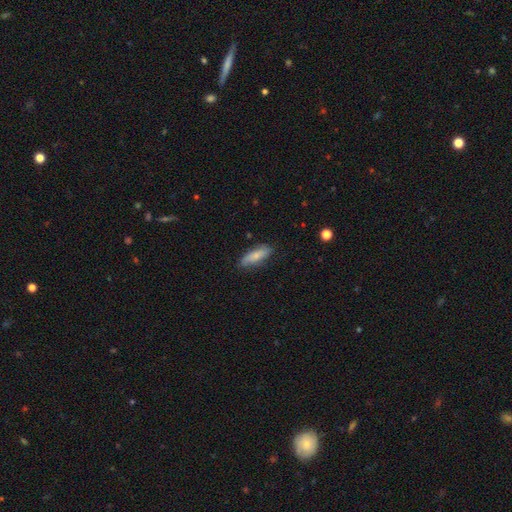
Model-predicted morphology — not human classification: Overall: smooth (70%). How rounded: in between (58%; cigar-shaped 39%). Merging: none (79%).